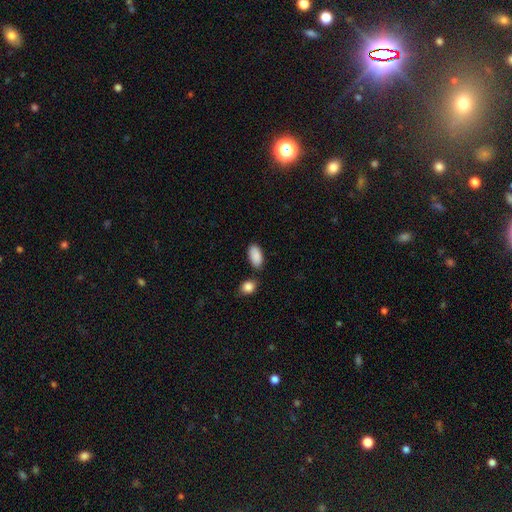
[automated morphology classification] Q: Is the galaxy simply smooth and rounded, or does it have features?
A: smooth — 90%.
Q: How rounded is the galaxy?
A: in between — 94%.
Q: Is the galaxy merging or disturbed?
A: none — 76%.